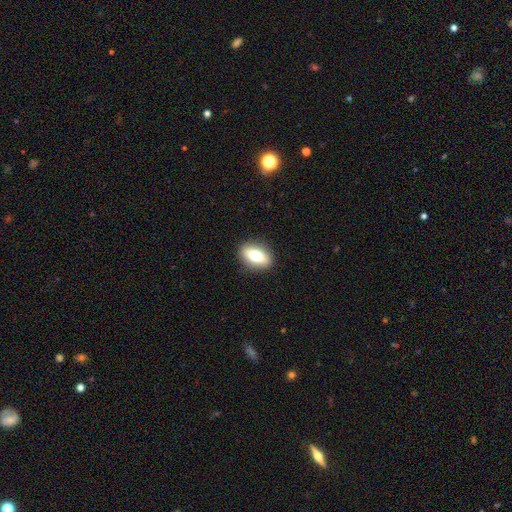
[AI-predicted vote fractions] Smooth or featured: smooth — 70% (featured or disk — 23%)
How rounded: in between — 83% (round — 10%)
Merging: none — 89% (minor disturbance — 8%)